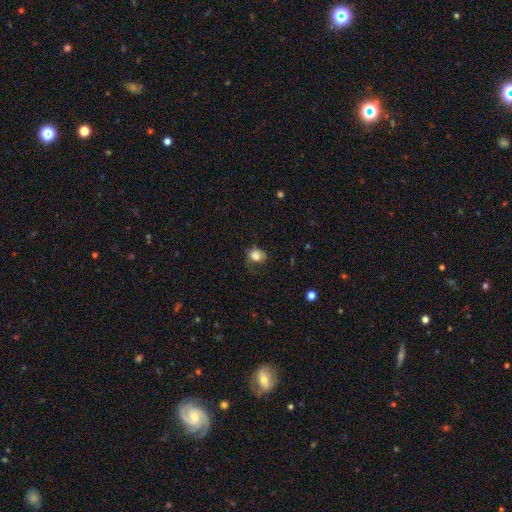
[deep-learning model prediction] Q: Smooth or featured?
A: smooth (81%); runner-up: star or artifact (10%)
Q: How rounded?
A: in between (53%); runner-up: round (46%)
Q: Merging?
A: none (47%); runner-up: minor disturbance (32%)